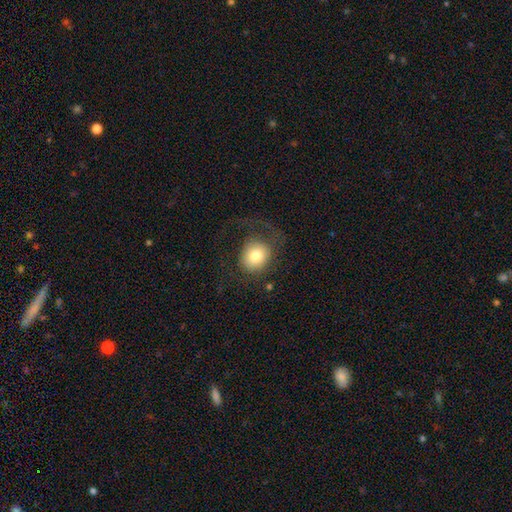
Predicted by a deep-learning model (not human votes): Smooth or featured?
  - smooth: 76% *
  - featured or disk: 15%
  - star or artifact: 8%
How rounded?
  - round: 75% *
  - in between: 24%
  - cigar-shaped: 1%
Merging?
  - none: 58% *
  - major disturbance: 25%
  - minor disturbance: 15%
  - merger: 2%